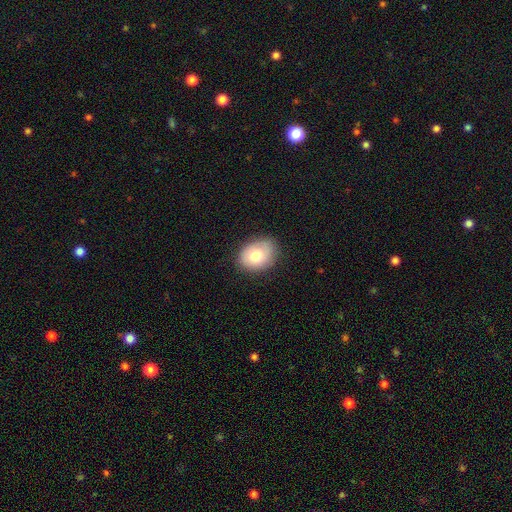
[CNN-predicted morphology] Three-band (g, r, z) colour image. It shows a smooth galaxy with no disk features (79%) that is in between round and cigar-shaped (71%). Merging: none (77%).